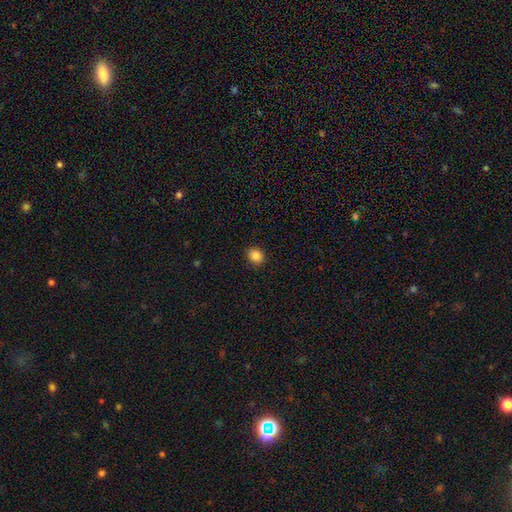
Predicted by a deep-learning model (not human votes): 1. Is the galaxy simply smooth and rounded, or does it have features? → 85% smooth, 11% star or artifact, 5% featured or disk.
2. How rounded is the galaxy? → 68% round, 31% in between, 1% cigar-shaped.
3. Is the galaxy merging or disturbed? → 90% none, 7% minor disturbance, 2% major disturbance, 1% merger.